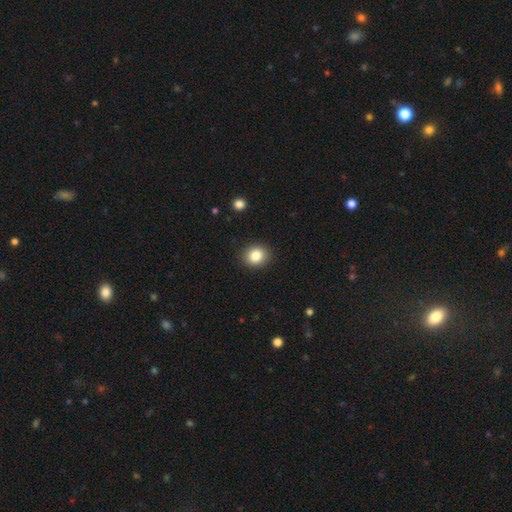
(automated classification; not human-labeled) Overall: smooth (84%). How rounded: round (70%). Merging: none (90%).